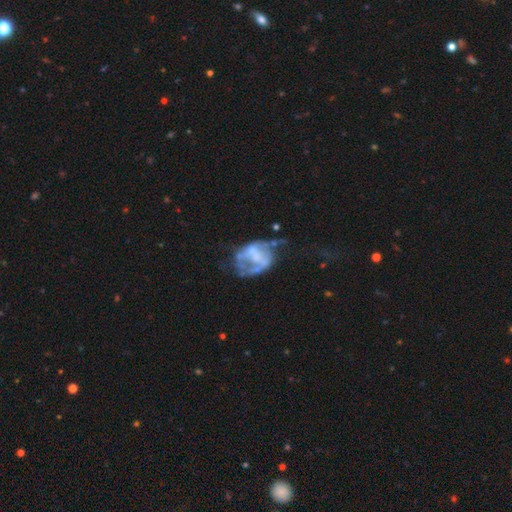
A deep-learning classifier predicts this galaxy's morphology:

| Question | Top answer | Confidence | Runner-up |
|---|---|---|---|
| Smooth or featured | featured or disk | 68% | smooth (23%) |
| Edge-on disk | no | 98% | yes (2%) |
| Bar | no | 68% | weak (22%) |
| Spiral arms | no | 72% | yes (28%) |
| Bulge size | none | 50% | moderate (21%) |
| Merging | major disturbance | 38% | none (29%) |